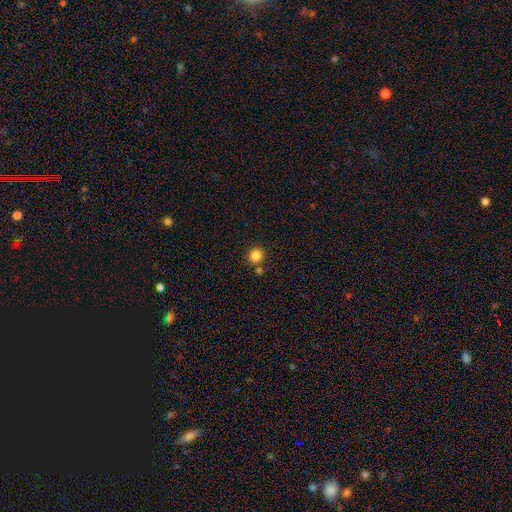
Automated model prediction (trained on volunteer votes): Overall: smooth (85%). How rounded: round (91%). Merging: none (77%).